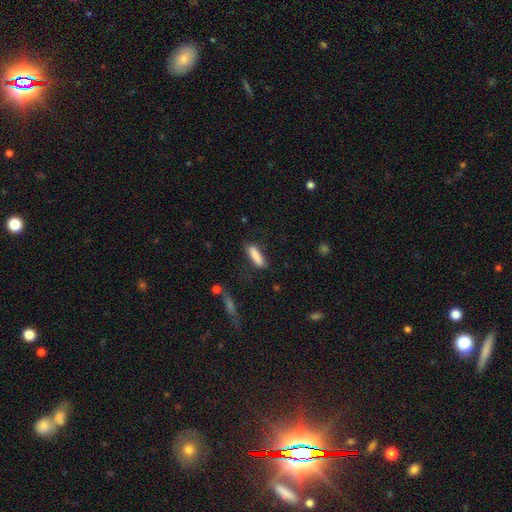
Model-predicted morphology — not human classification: This appears to be a smooth galaxy with no disk features (86%) that is cigar-shaped (68%). Merging: none (77%).